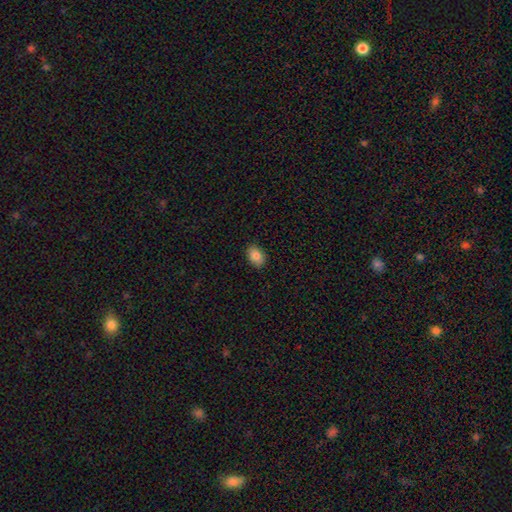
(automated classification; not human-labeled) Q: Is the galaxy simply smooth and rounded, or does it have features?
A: smooth — 84%.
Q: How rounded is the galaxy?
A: in between — 83%.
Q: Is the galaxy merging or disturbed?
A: none — 88%.